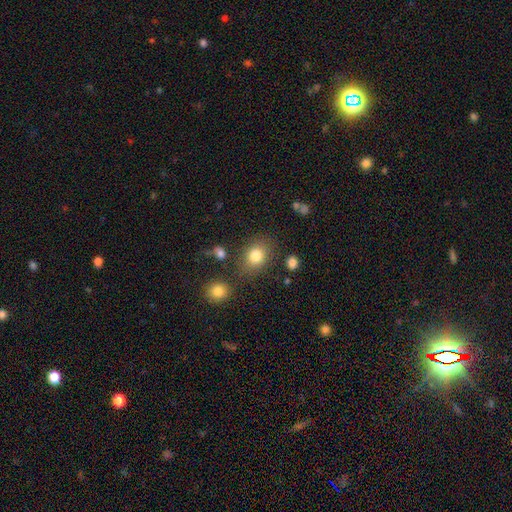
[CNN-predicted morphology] A smooth galaxy with no disk features (82%) that is in between round and cigar-shaped (52%).

Vote fractions:
- Smooth or featured? smooth: 82% / star or artifact: 11% / featured or disk: 7%
- How rounded? in between: 52% / round: 47% / cigar-shaped: 1%
- Merging? none: 75% / minor disturbance: 14% / merger: 6% / major disturbance: 5%